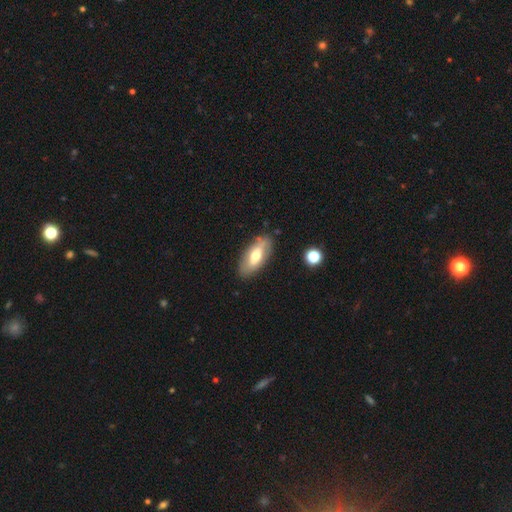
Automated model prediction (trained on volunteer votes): This is possibly a smooth galaxy (54%). How rounded: clearly in between (85%). Merging: clearly none (83%).